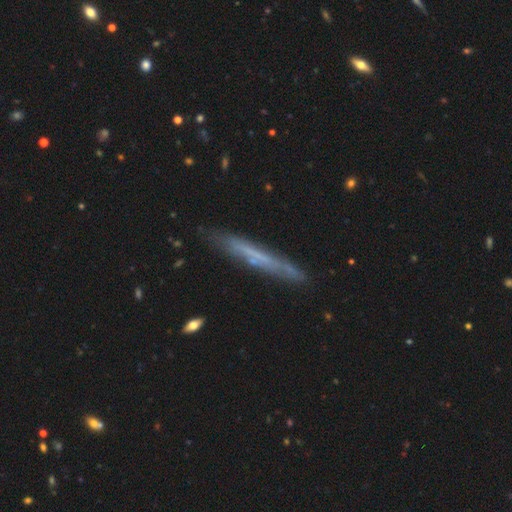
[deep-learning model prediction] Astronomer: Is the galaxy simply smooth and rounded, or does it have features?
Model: featured or disk — 51% (runner-up: smooth, 42%).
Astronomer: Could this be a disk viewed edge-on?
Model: yes — 89%.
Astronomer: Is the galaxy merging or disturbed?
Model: none — 81%.